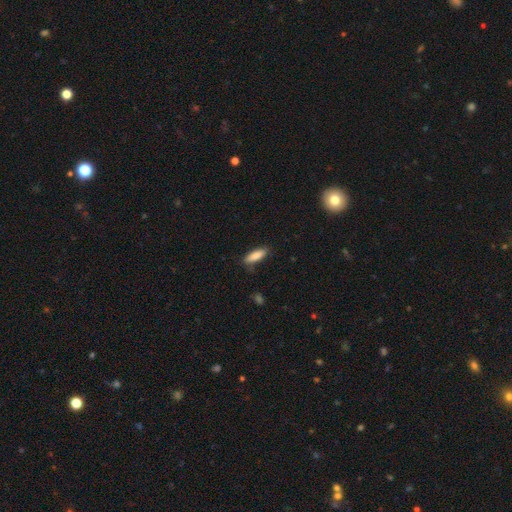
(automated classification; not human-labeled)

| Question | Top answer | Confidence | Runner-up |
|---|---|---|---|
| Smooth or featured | smooth | 85% | featured or disk (8%) |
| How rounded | in between | 51% | cigar-shaped (48%) |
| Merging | none | 78% | minor disturbance (17%) |